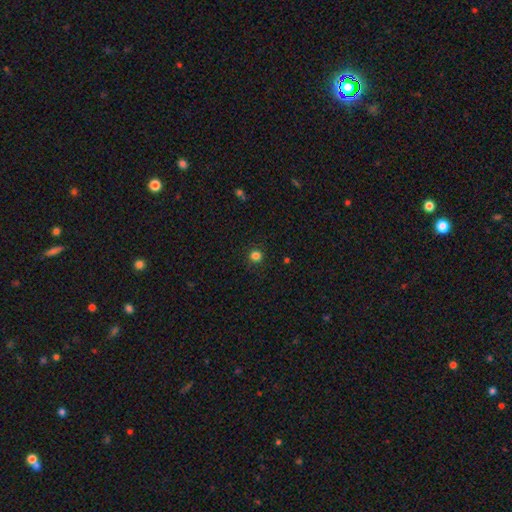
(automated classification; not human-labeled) smooth-or-featured: smooth: 83% | star or artifact: 14% | featured or disk: 4%
  how-rounded: round: 92% | in between: 7% | cigar-shaped: 1%
  merging: none: 91% | minor disturbance: 6% | major disturbance: 2% | merger: 1%